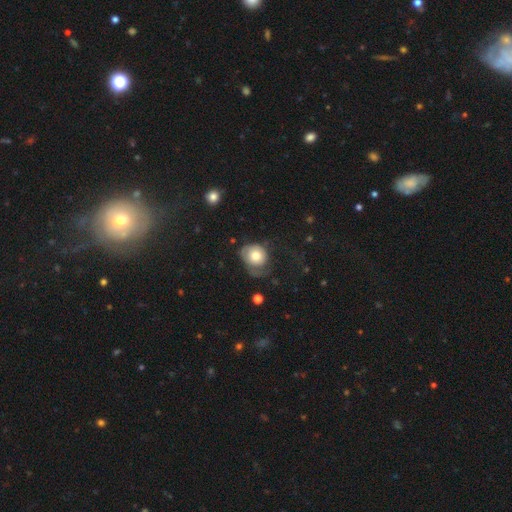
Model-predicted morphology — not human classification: Smooth or featured? Predicted: smooth (p=0.66). How rounded? Predicted: round (p=0.64). Merging? Predicted: none (p=0.34).